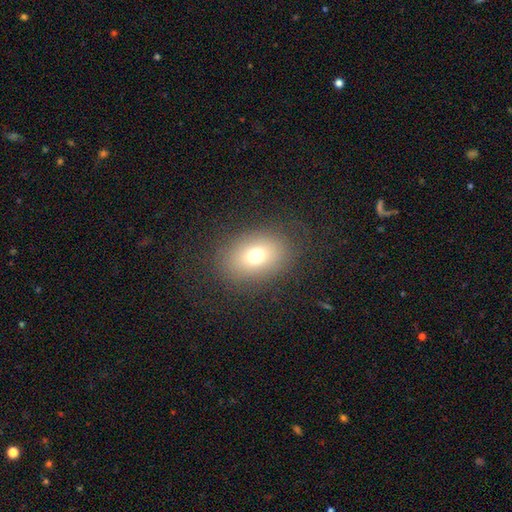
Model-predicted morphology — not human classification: A smooth galaxy with no disk features (72%) that is in between round and cigar-shaped (67%). Merging: none (80%).